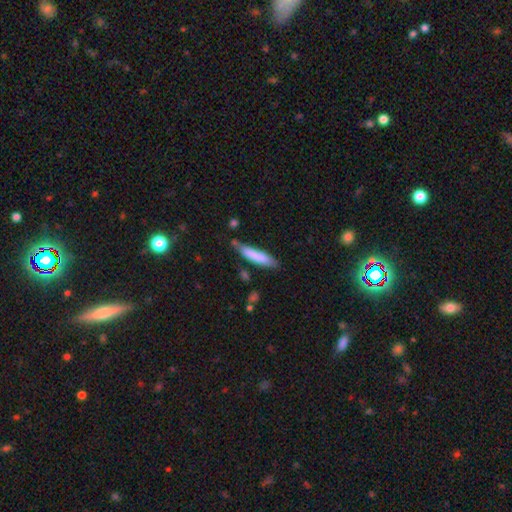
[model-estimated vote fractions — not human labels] Morphology: type=smooth (80%); roundness=cigar-shaped (84%); merging=none (68%).